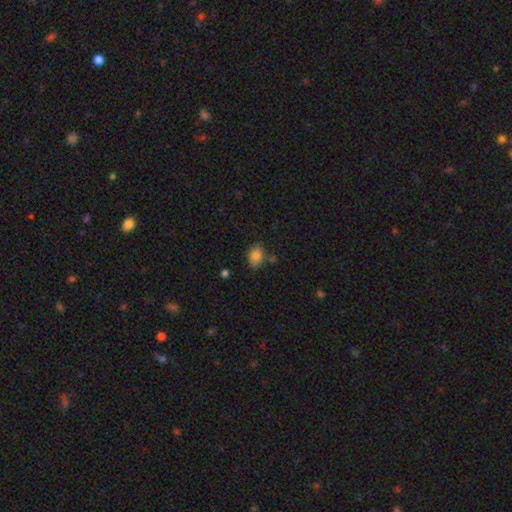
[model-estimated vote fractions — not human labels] Smooth or featured? Predicted: smooth (p=0.84). How rounded? Predicted: in between (p=0.71). Merging? Predicted: none (p=0.75).